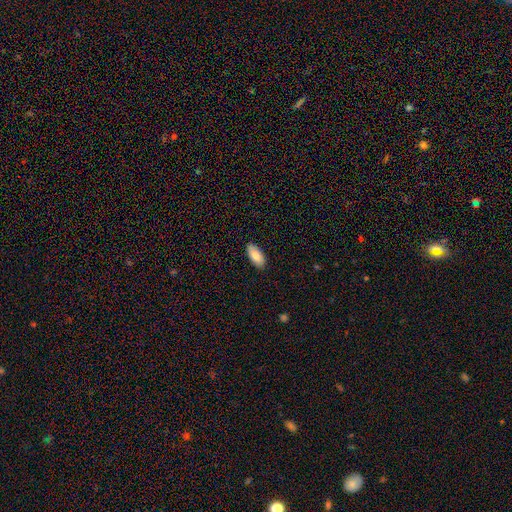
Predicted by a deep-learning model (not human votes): Morphology: type=smooth (86%); roundness=in between (91%); merging=none (89%).